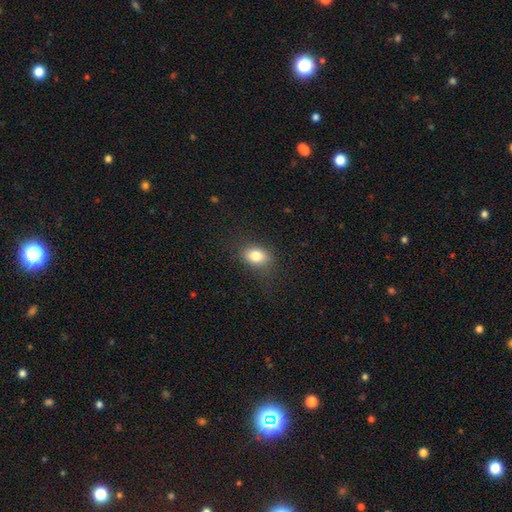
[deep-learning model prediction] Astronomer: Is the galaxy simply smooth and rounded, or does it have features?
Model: smooth — 81%.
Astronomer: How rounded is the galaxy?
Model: in between — 71%.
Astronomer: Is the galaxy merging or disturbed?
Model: none — 79%.